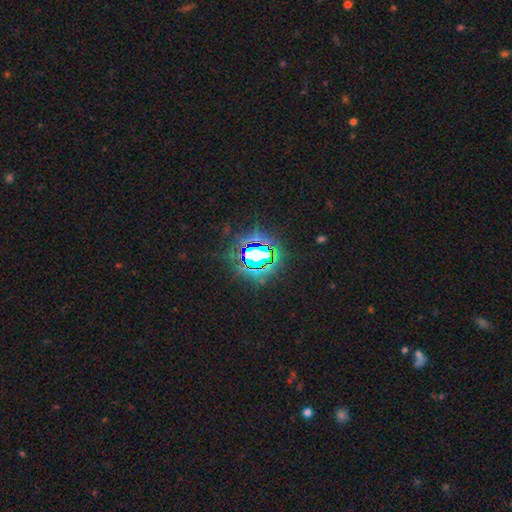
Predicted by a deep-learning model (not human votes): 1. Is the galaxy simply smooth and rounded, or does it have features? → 75% star or artifact, 14% smooth, 11% featured or disk.